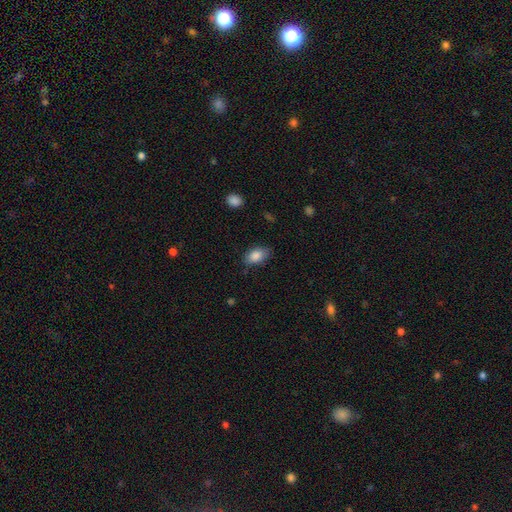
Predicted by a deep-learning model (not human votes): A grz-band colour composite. It shows a smooth galaxy with no disk features (86%) that is in between round and cigar-shaped (91%). Merging: none (77%).